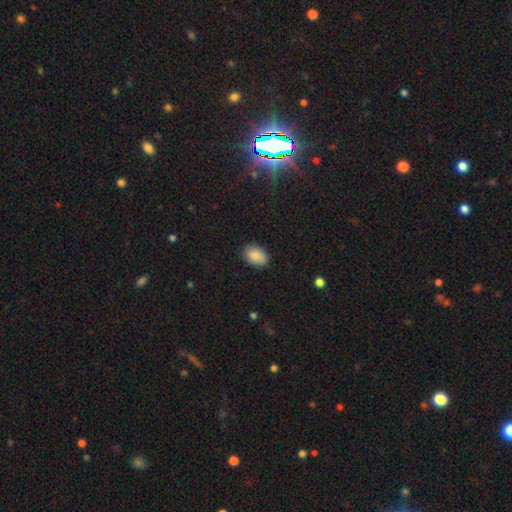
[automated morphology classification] A smooth galaxy with no disk features (87%) that is in between round and cigar-shaped (79%).

Vote fractions:
- Smooth or featured? smooth: 87% / star or artifact: 7% / featured or disk: 5%
- How rounded? in between: 79% / round: 20% / cigar-shaped: 1%
- Merging? none: 85% / minor disturbance: 12% / major disturbance: 2% / merger: 1%